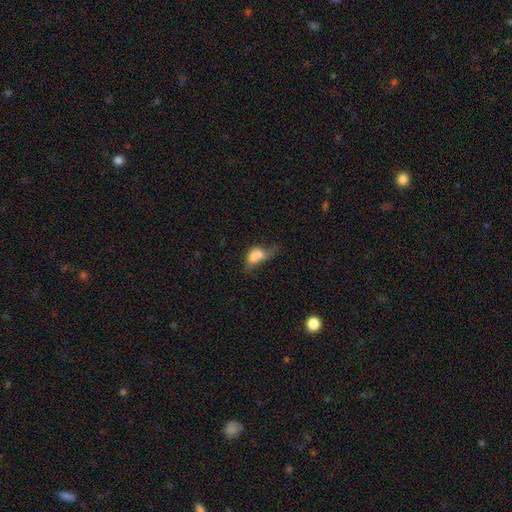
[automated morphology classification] smooth-or-featured: smooth: 68% | featured or disk: 21% | star or artifact: 11%
  how-rounded: in between: 77% | round: 19% | cigar-shaped: 4%
  merging: merger: 49% | major disturbance: 21% | none: 15% | minor disturbance: 15%